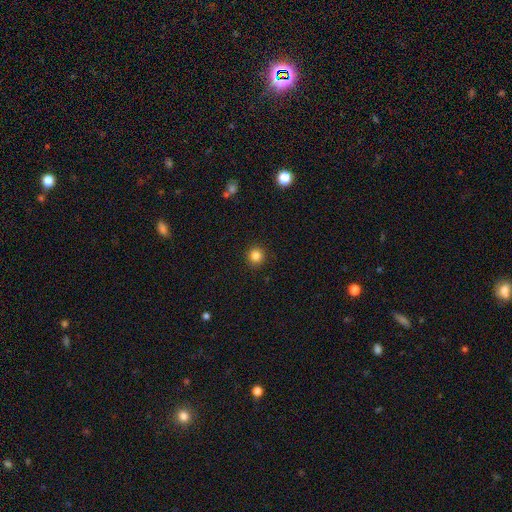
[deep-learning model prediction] smooth 83%, star or artifact 12%, featured or disk 5%. Down the decision tree: how rounded — round (93%); merging — none (91%).